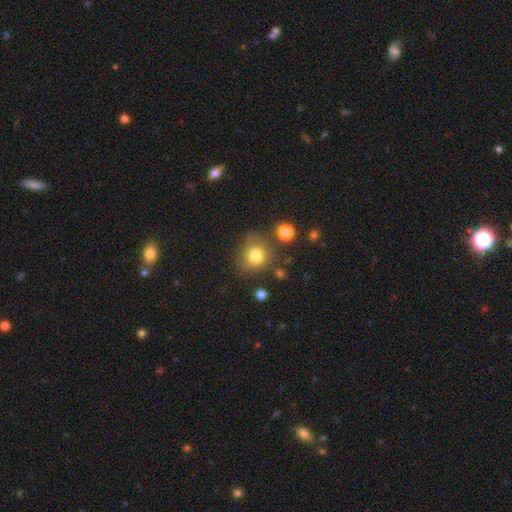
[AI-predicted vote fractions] Overall: smooth (79%). How rounded: round (81%). Merging: none (71%).